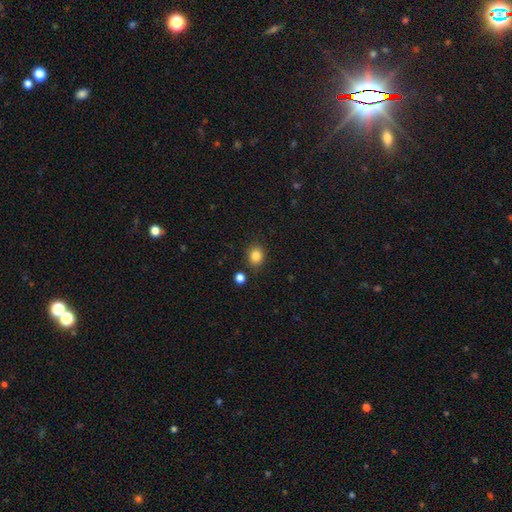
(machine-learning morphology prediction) Smooth or featured? Predicted: smooth (p=0.85). How rounded? Predicted: round (p=0.59). Merging? Predicted: none (p=0.83).